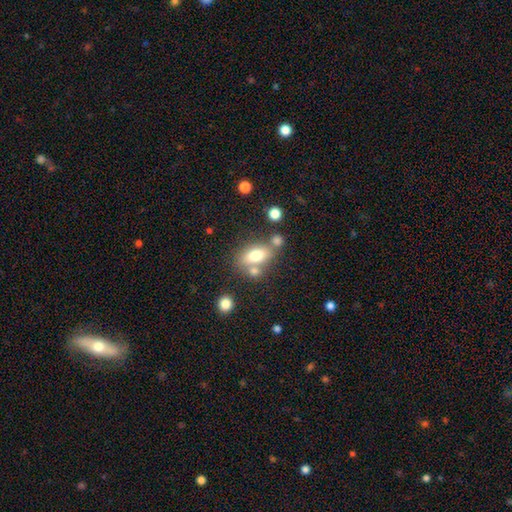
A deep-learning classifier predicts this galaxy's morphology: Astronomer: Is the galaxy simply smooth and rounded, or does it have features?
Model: smooth — 72%.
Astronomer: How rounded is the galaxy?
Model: in between — 79%.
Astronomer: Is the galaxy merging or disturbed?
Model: none — 53%.